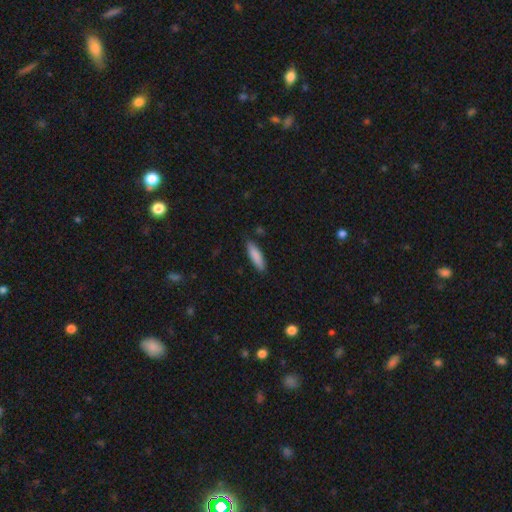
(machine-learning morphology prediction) Smooth or featured? smooth (87%)
How rounded? cigar-shaped (60%)
Merging? none (84%)